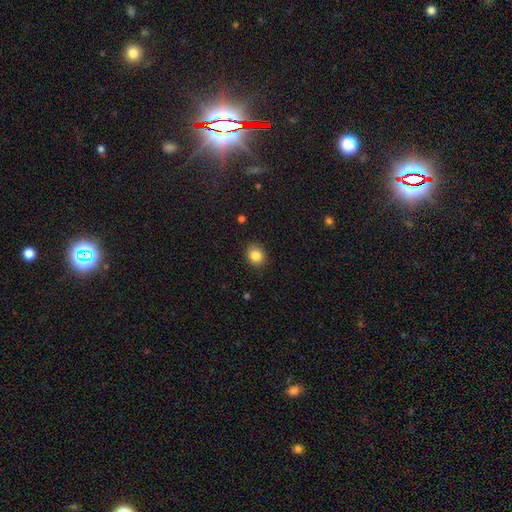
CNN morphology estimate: Overall: smooth (84%). How rounded: round (67%; in between 32%). Merging: none (89%).